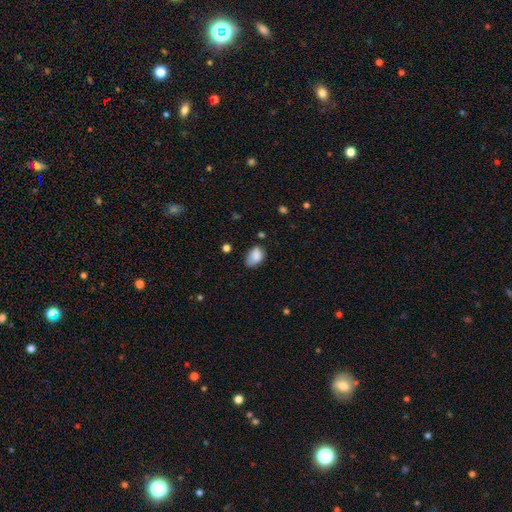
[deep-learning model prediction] A smooth galaxy with no disk features (84%) that is in between round and cigar-shaped (83%).

Vote fractions:
- Smooth or featured? smooth: 84% / star or artifact: 9% / featured or disk: 7%
- How rounded? in between: 83% / round: 16% / cigar-shaped: 1%
- Merging? none: 51% / minor disturbance: 36% / major disturbance: 10% / merger: 4%